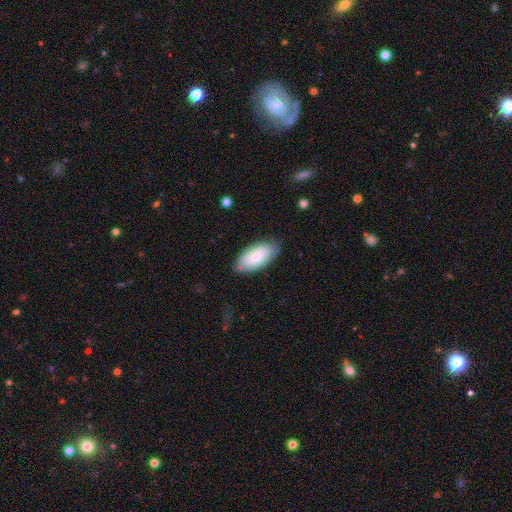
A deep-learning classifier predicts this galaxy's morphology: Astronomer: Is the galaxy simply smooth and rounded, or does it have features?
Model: smooth — 82%.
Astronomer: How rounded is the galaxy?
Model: in between — 92%.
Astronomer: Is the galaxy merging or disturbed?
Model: none — 79%.